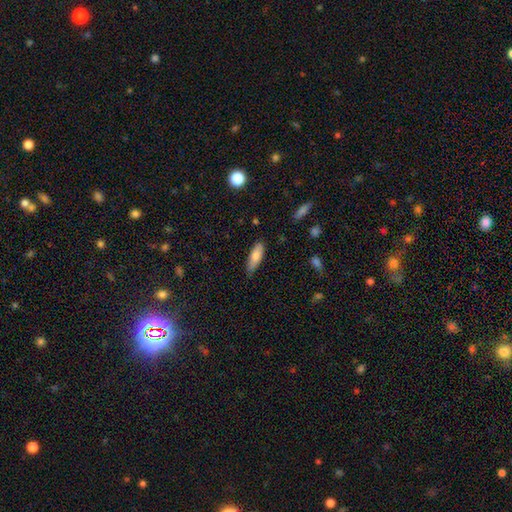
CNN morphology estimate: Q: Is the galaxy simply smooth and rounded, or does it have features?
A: smooth — 78%.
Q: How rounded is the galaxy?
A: in between — 59%.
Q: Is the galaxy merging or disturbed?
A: none — 76%.